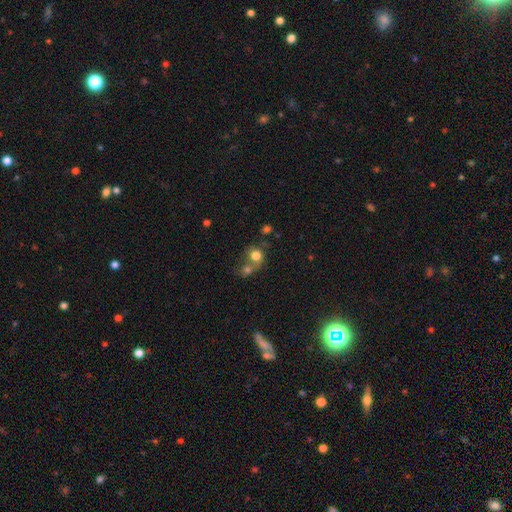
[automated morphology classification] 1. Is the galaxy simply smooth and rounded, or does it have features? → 77% smooth, 12% featured or disk, 11% star or artifact.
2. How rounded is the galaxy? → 78% round, 21% in between, 1% cigar-shaped.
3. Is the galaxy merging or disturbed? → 50% merger, 35% none, 9% minor disturbance, 6% major disturbance.